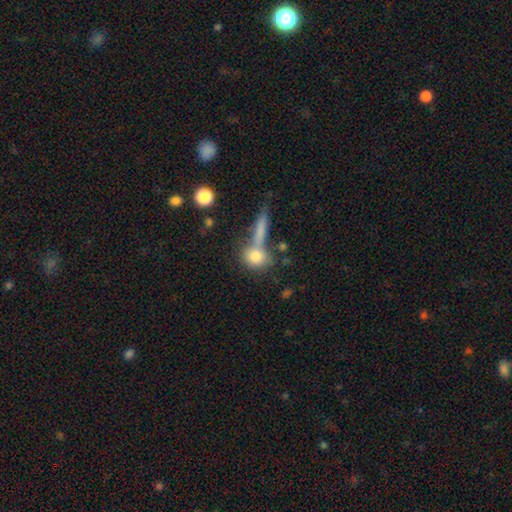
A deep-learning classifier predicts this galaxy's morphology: smooth_or_featured: smooth (p=0.79) [alt: featured or disk p=0.12]
how_rounded: round (p=0.58) [alt: in between p=0.33]
merging: none (p=0.50) [alt: merger p=0.31]